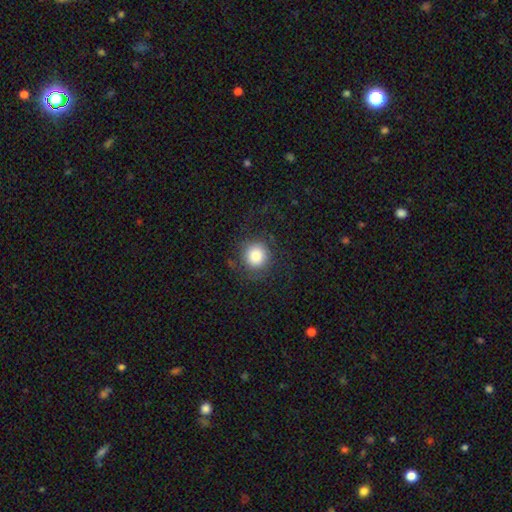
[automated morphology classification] Overall: smooth (79%). How rounded: round (94%). Merging: none (80%).